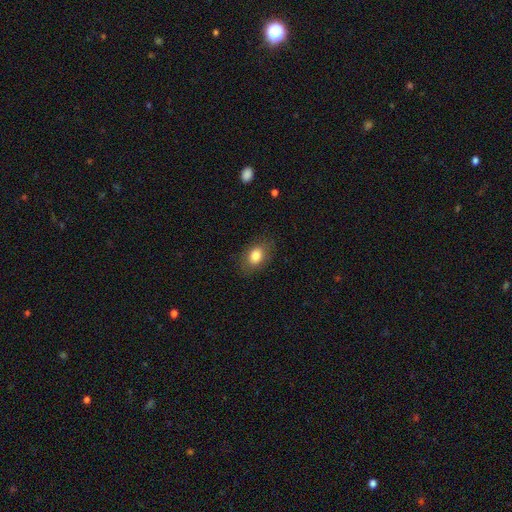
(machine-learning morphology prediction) Smooth or featured? Predicted: smooth (p=0.81). How rounded? Predicted: in between (p=0.81). Merging? Predicted: none (p=0.82).